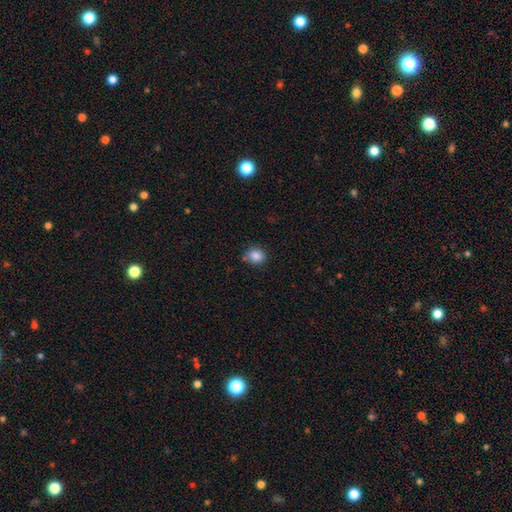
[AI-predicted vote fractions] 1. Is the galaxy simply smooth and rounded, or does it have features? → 85% smooth, 10% star or artifact, 5% featured or disk.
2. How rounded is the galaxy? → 71% round, 29% in between, 1% cigar-shaped.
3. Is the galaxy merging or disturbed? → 74% none, 18% minor disturbance, 4% merger, 3% major disturbance.